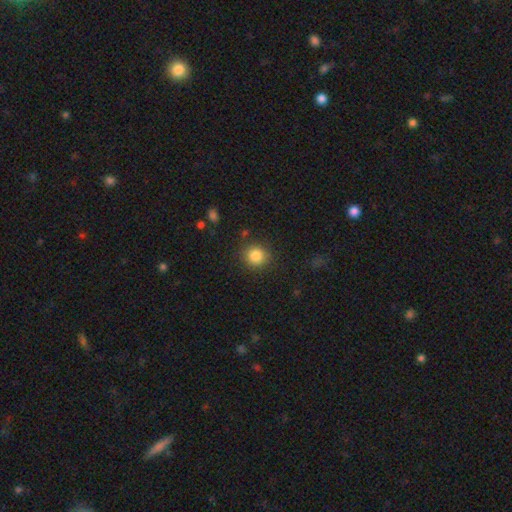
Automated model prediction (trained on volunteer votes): smooth 84%, star or artifact 10%, featured or disk 5%. Down the decision tree: how rounded — round (91%); merging — none (87%).